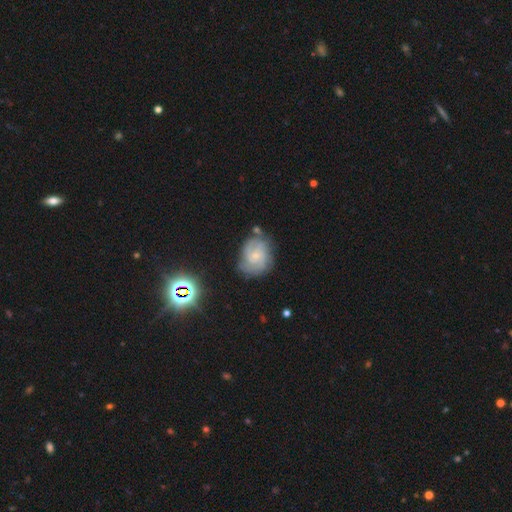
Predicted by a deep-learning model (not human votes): The model was most divided on "spiral arm count": can't tell: 36%, 2: 26%, 3: 21%, 4: 8%, 1: 5%, more than 4: 4%. More confident: edge-on disk — no (98%); spiral arms — yes (91%); bulge size — small (73%); smooth or featured — featured or disk (71%); bar — no (65%); merging — none (64%); spiral winding — tight (54%).